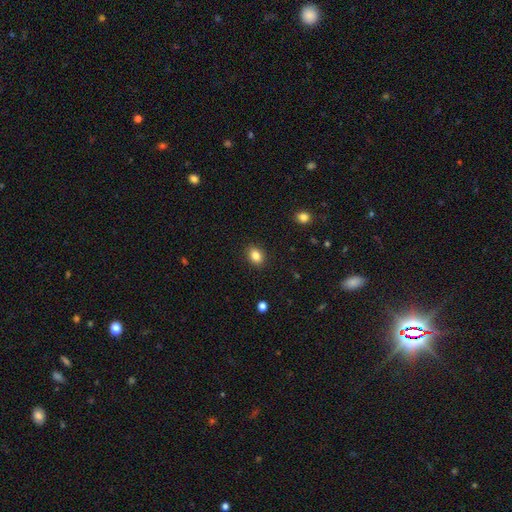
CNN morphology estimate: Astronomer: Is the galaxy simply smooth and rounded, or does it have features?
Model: smooth — 84%.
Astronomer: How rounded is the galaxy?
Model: in between — 64%.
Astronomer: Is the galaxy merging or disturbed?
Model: none — 89%.